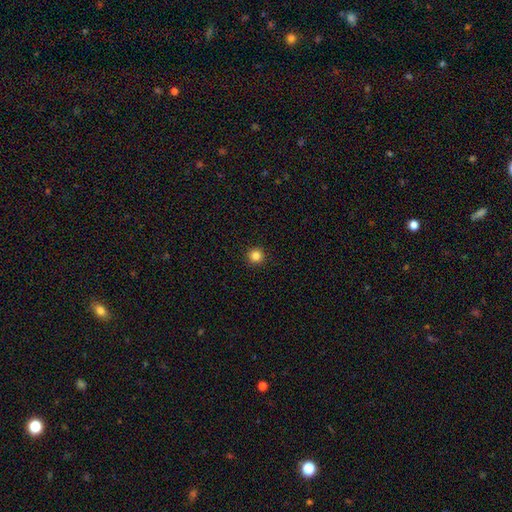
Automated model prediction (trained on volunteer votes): Overall: smooth (84%). How rounded: round (96%). Merging: none (93%).